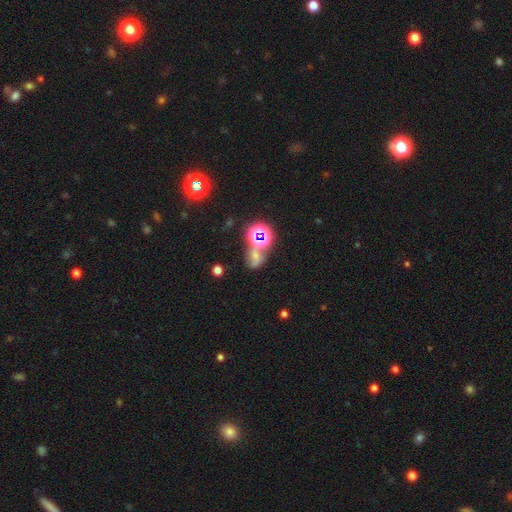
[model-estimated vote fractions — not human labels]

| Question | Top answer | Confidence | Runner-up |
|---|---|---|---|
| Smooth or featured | star or artifact | 43% | smooth (39%) |